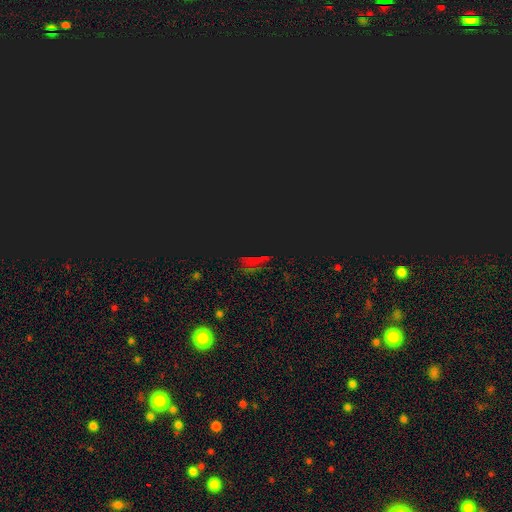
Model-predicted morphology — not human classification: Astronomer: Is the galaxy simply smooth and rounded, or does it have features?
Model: star or artifact — 79%.